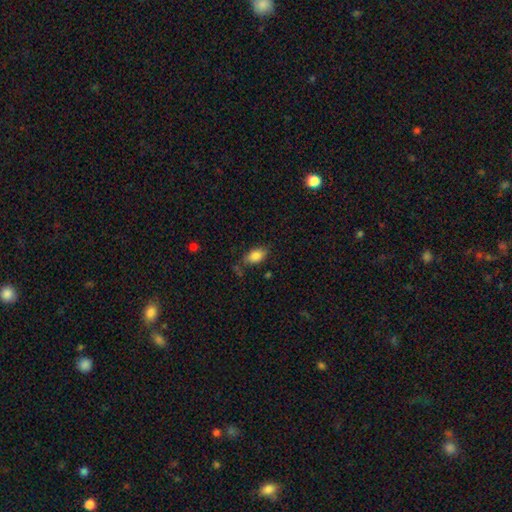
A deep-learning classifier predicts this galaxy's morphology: smooth-or-featured: smooth: 83% | featured or disk: 9% | star or artifact: 8%
  how-rounded: in between: 89% | round: 8% | cigar-shaped: 3%
  merging: none: 70% | minor disturbance: 20% | major disturbance: 5% | merger: 5%